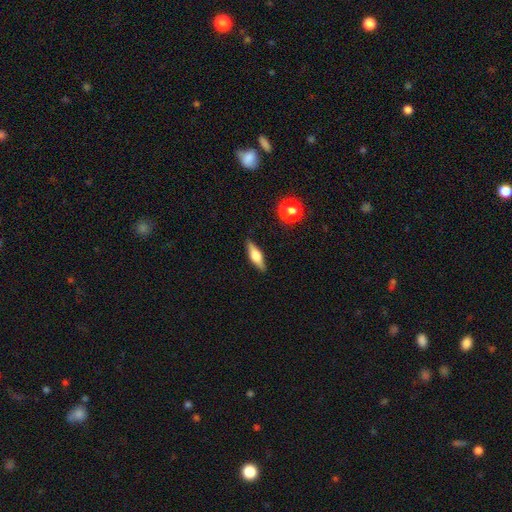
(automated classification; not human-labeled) A featured or disk galaxy (49%). Merging: none (87%).